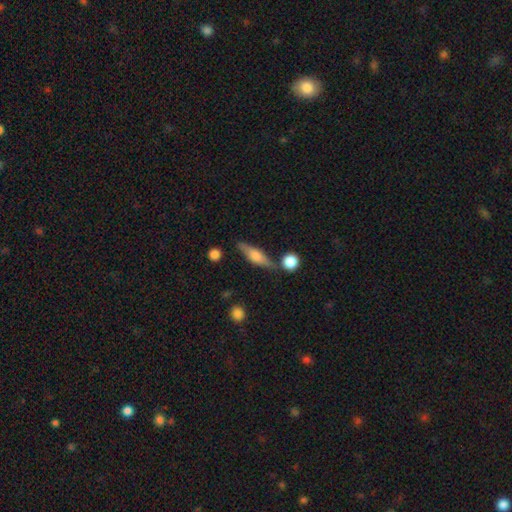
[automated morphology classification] featured or disk 51%, smooth 42%, star or artifact 7%. Down the decision tree: edge-on disk — yes (92%); merging — none (75%).